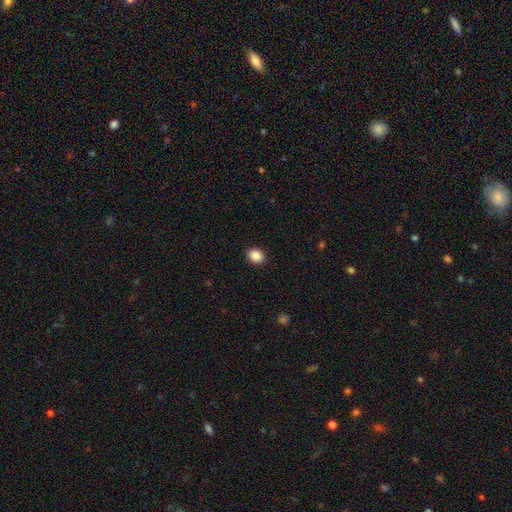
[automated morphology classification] Smooth or featured? smooth (88%)
How rounded? round (50%)
Merging? none (91%)